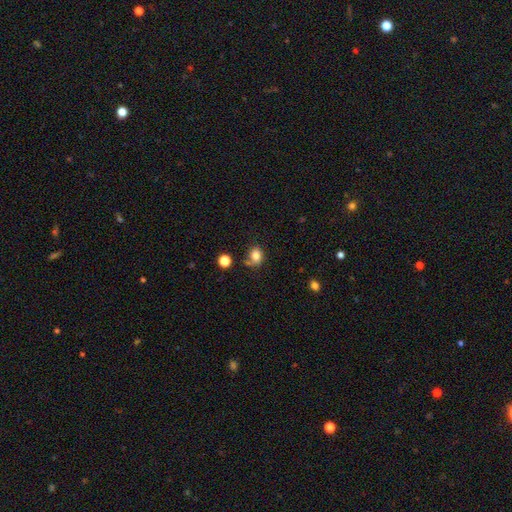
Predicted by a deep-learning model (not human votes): Overall: smooth (80%). How rounded: round (50%; in between 49%). Merging: none (56%; minor disturbance 23%).